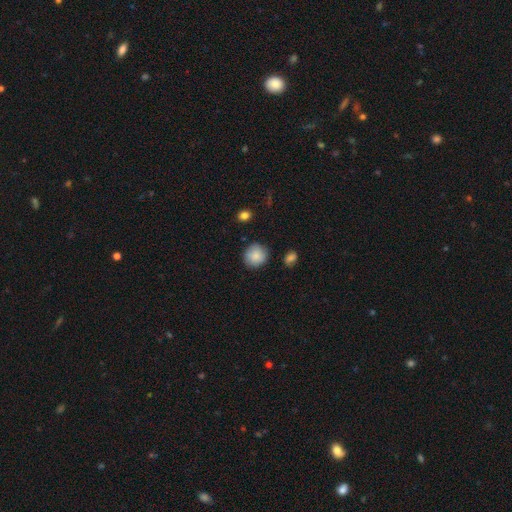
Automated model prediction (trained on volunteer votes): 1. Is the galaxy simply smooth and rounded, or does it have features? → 86% smooth, 8% star or artifact, 6% featured or disk.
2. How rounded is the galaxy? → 90% round, 9% in between, 1% cigar-shaped.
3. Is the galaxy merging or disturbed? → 84% none, 11% minor disturbance, 2% major disturbance, 2% merger.